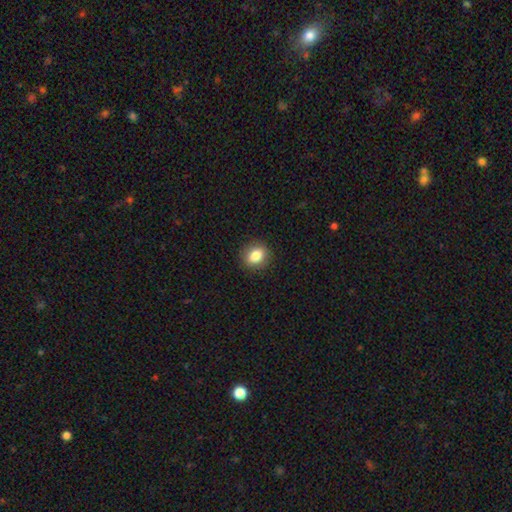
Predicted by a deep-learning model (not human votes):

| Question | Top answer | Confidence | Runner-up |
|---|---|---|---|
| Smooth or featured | smooth | 83% | star or artifact (9%) |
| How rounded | round | 53% | in between (46%) |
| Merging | none | 90% | minor disturbance (7%) |